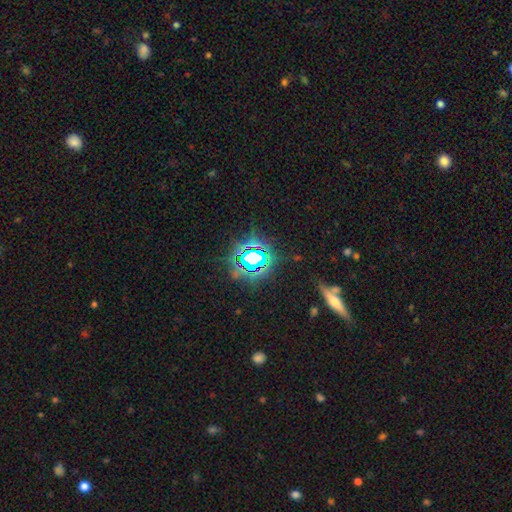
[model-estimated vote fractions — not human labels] Smooth or featured?
  - star or artifact: 76% *
  - smooth: 13%
  - featured or disk: 10%